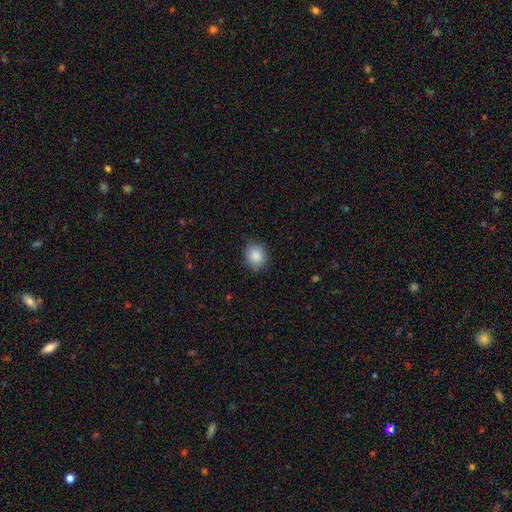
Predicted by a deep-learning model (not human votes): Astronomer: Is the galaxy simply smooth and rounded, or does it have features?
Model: smooth — 88%.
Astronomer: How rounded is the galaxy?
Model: round — 73%.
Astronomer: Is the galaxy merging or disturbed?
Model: none — 82%.